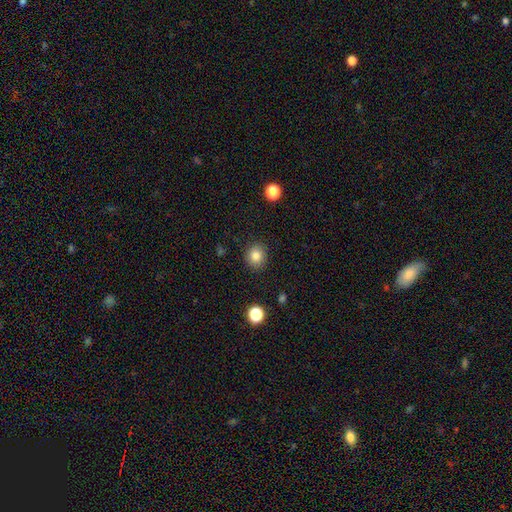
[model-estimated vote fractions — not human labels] Morphology: type=smooth (84%); roundness=round (79%); merging=none (89%).